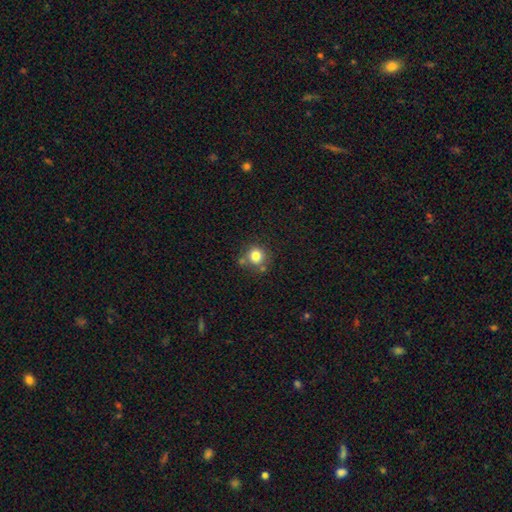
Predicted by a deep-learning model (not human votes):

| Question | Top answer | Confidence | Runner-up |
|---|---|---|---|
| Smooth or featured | smooth | 81% | star or artifact (11%) |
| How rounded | round | 90% | in between (9%) |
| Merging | none | 68% | merger (14%) |